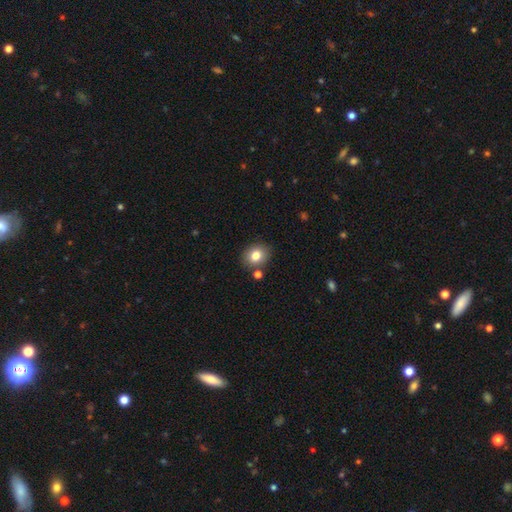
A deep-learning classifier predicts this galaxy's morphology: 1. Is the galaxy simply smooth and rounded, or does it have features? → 81% smooth, 10% star or artifact, 10% featured or disk.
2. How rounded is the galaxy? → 60% round, 40% in between, 1% cigar-shaped.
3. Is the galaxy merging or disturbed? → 82% none, 10% minor disturbance, 6% merger, 3% major disturbance.